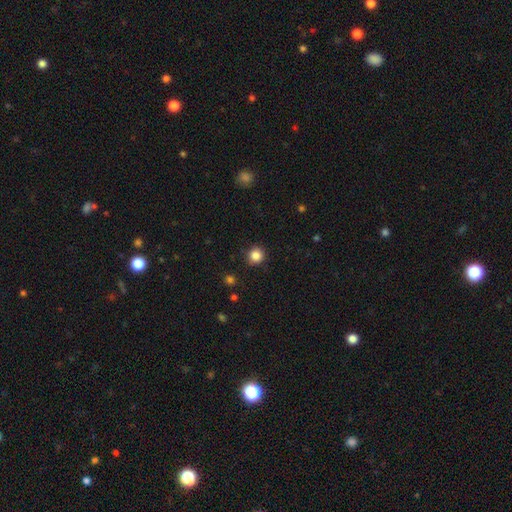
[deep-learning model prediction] smooth-or-featured: smooth: 85% | star or artifact: 11% | featured or disk: 4%
  how-rounded: round: 93% | in between: 6% | cigar-shaped: 1%
  merging: none: 90% | minor disturbance: 6% | major disturbance: 2% | merger: 1%